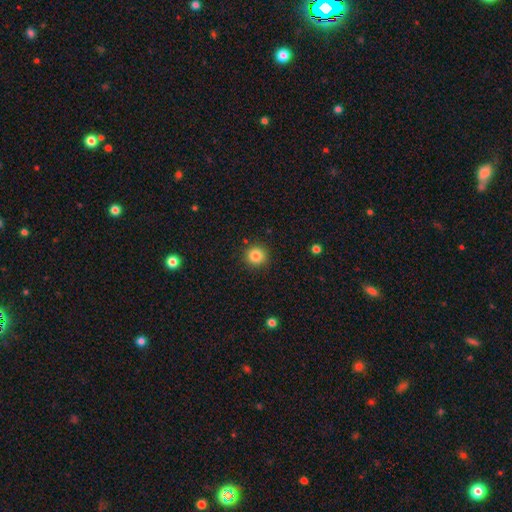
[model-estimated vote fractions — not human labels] Morphology: type=smooth (84%); roundness=round (93%); merging=none (91%).